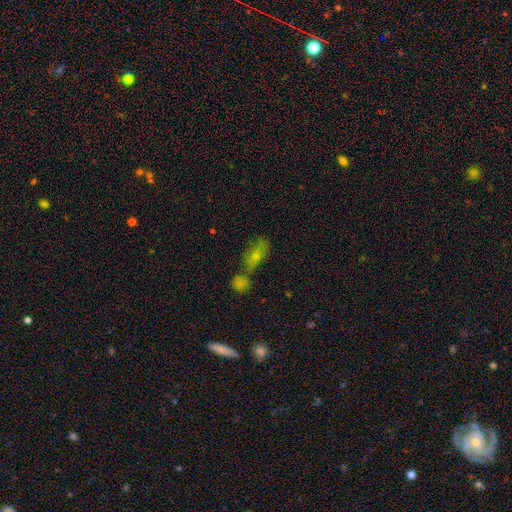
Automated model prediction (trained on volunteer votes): A smooth galaxy with no disk features (71%) that is in between round and cigar-shaped (78%).

Vote fractions:
- Smooth or featured? smooth: 71% / featured or disk: 19% / star or artifact: 11%
- How rounded? in between: 78% / cigar-shaped: 15% / round: 7%
- Merging? none: 48% / merger: 29% / minor disturbance: 16% / major disturbance: 7%